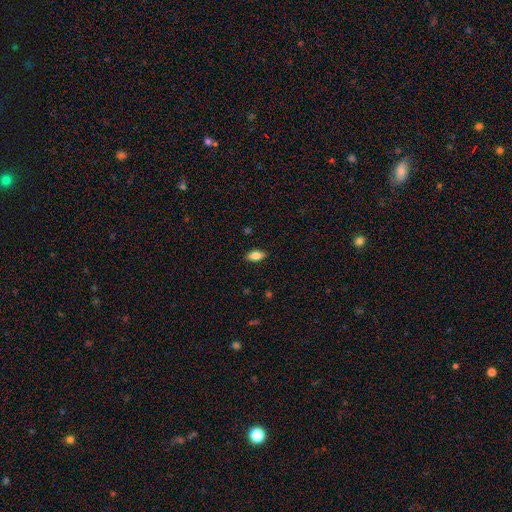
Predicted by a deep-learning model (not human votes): Q: Smooth or featured?
A: smooth (80%); runner-up: featured or disk (12%)
Q: How rounded?
A: in between (87%); runner-up: cigar-shaped (10%)
Q: Merging?
A: none (87%); runner-up: minor disturbance (10%)